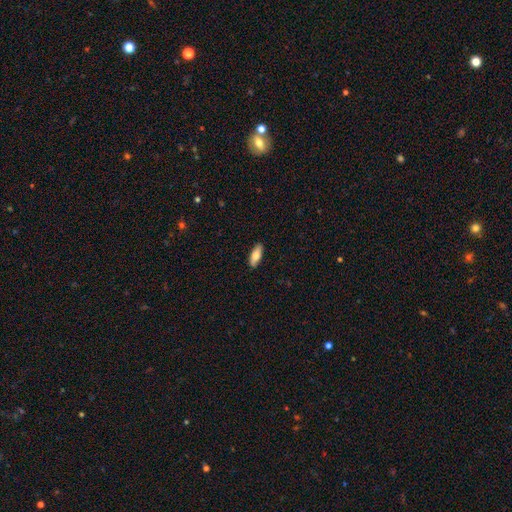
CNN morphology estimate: Smooth or featured?
  - smooth: 78% *
  - featured or disk: 17%
  - star or artifact: 6%
How rounded?
  - in between: 72% *
  - cigar-shaped: 26%
  - round: 2%
Merging?
  - none: 89% *
  - minor disturbance: 8%
  - major disturbance: 2%
  - merger: 1%